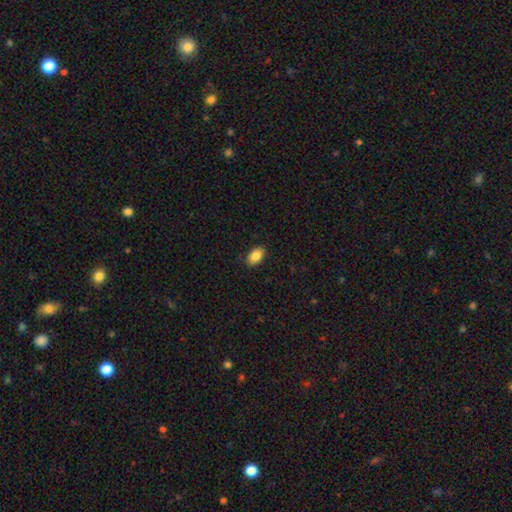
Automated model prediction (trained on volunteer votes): Smooth or featured? smooth (88%)
How rounded? in between (90%)
Merging? none (87%)